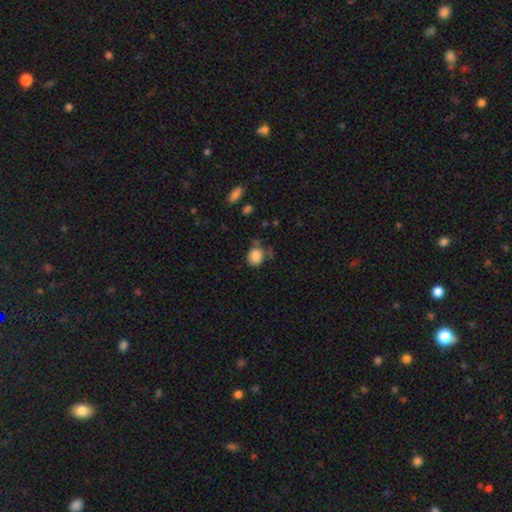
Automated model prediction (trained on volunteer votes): Q: Smooth or featured?
A: smooth (86%); runner-up: star or artifact (9%)
Q: How rounded?
A: round (71%); runner-up: in between (28%)
Q: Merging?
A: none (60%); runner-up: minor disturbance (25%)